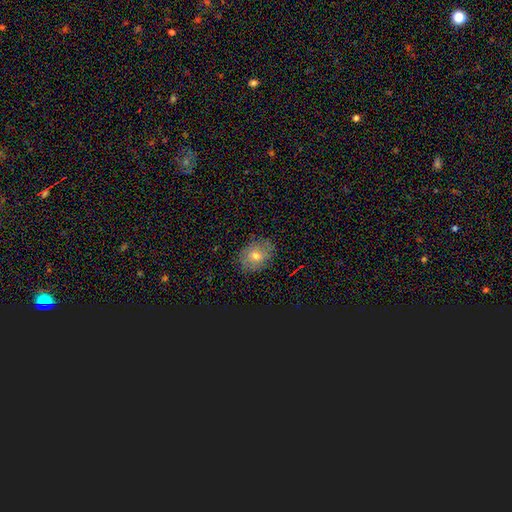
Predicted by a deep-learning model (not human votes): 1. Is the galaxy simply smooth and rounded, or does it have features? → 67% smooth, 20% featured or disk, 14% star or artifact.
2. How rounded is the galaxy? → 56% in between, 43% round, 1% cigar-shaped.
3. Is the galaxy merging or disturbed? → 82% none, 14% minor disturbance, 4% major disturbance, 1% merger.